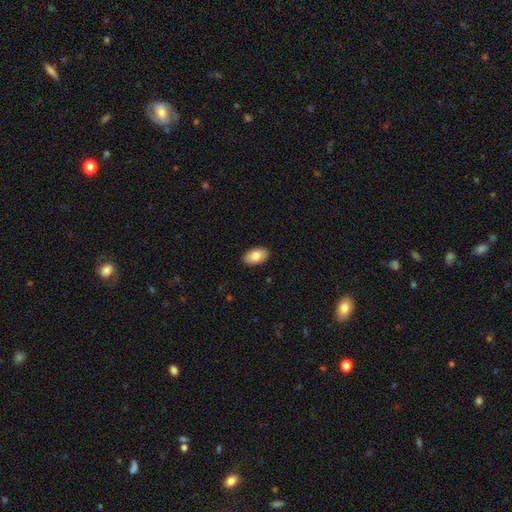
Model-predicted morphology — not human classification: smooth 82%, featured or disk 12%, star or artifact 6%. Down the decision tree: how rounded — in between (94%); merging — none (90%).